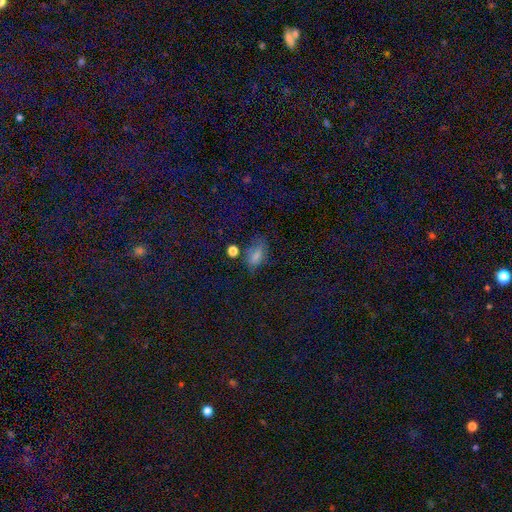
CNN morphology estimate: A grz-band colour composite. It shows a smooth galaxy with no disk features (70%) that is in between round and cigar-shaped (83%). Merging: none (53%).